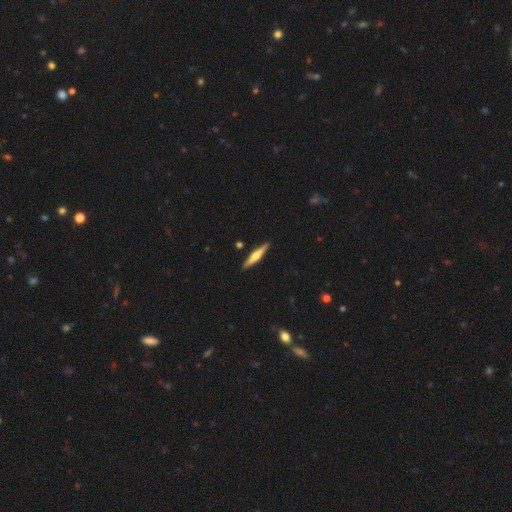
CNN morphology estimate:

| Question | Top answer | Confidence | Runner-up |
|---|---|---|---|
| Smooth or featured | featured or disk | 54% | smooth (41%) |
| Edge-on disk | yes | 96% | no (4%) |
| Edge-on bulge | rounded | 81% | none (10%) |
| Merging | none | 90% | minor disturbance (7%) |